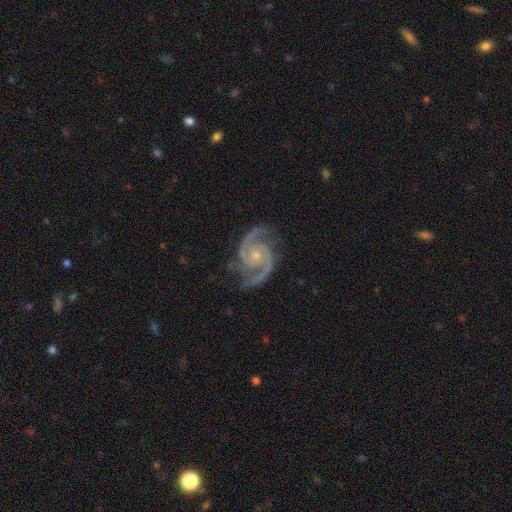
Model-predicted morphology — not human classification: Overall: featured or disk (94%). Edge-on disk: no (98%). Bar: no (68%). Spiral arms: yes (99%). Spiral arm count: 2 (91%). Spiral winding: medium (57%; tight 36%). Bulge size: small (64%; moderate 31%). Merging: none (79%).